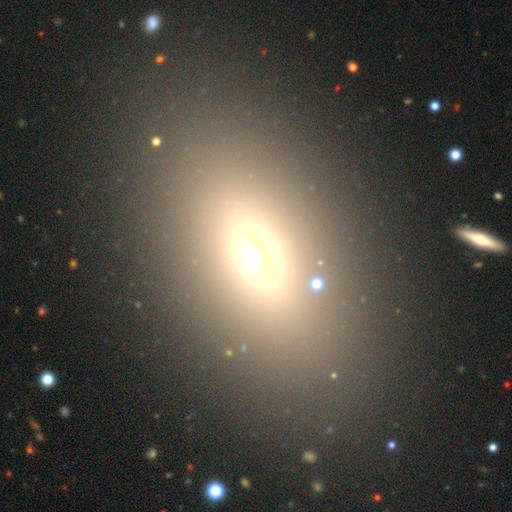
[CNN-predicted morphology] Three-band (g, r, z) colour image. It shows a smooth galaxy with no disk features (61%) that is in between round and cigar-shaped (82%). Merging: none (83%).